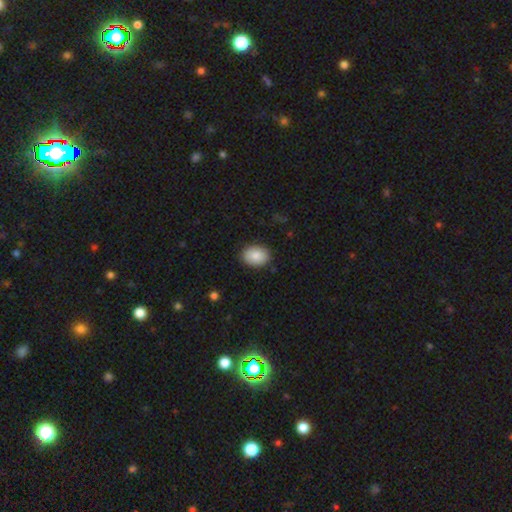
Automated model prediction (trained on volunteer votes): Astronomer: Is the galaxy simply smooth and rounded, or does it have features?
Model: smooth — 86%.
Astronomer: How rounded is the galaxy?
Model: in between — 70%.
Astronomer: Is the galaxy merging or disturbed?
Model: none — 87%.